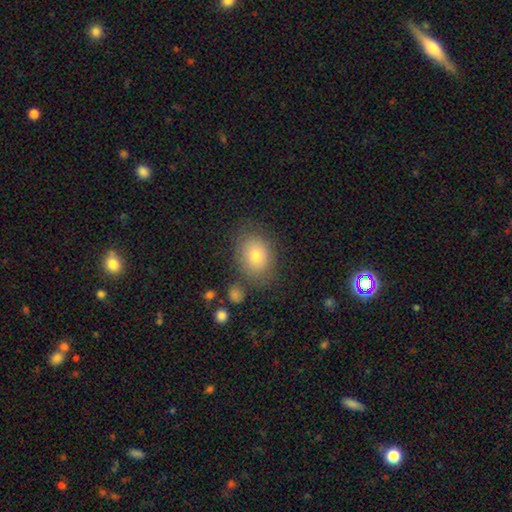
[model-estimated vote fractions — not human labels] This appears to be a smooth galaxy with no disk features (76%) that is in between round and cigar-shaped (59%). Merging: none (75%).